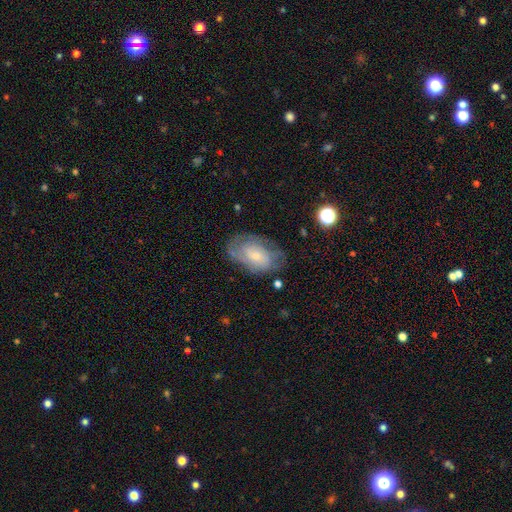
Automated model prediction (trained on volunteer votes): Smooth or featured?
  - featured or disk: 50% *
  - smooth: 42%
  - star or artifact: 8%
Edge-on disk?
  - no: 95% *
  - yes: 5%
Merging?
  - none: 60% *
  - minor disturbance: 25%
  - major disturbance: 14%
  - merger: 2%